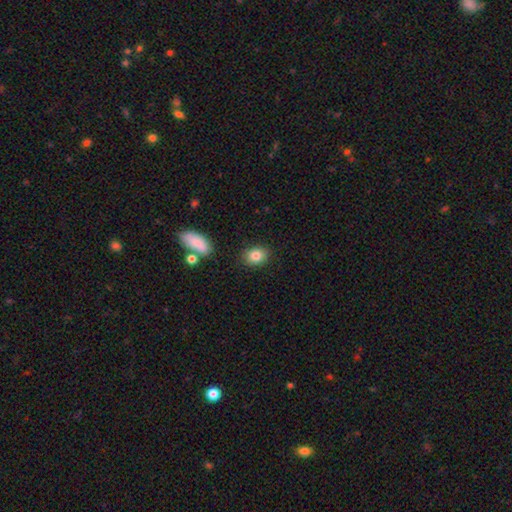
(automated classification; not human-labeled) This appears to be a smooth galaxy with no disk features (83%) that is in between round and cigar-shaped (54%). Merging: none (85%).